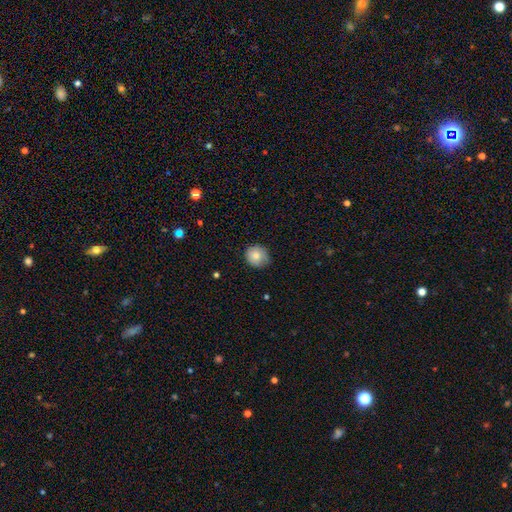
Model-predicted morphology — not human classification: smooth-or-featured: smooth: 80% | featured or disk: 11% | star or artifact: 9%
  how-rounded: round: 89% | in between: 10% | cigar-shaped: 1%
  merging: none: 79% | minor disturbance: 17% | major disturbance: 3% | merger: 1%